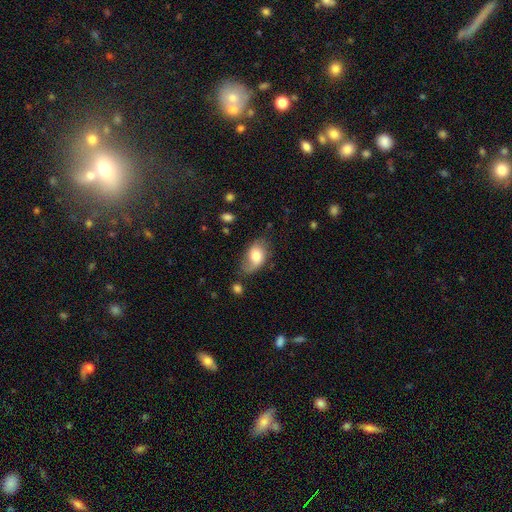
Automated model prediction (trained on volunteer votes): Morphology: type=smooth (57%); roundness=in between (87%); merging=none (50%).